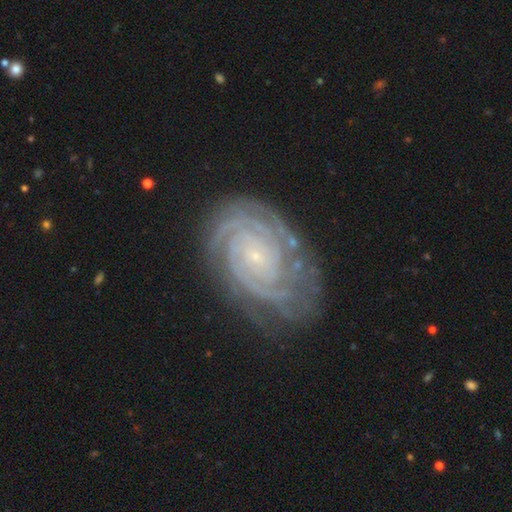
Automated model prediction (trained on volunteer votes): The model was most divided on "spiral arm count": 2: 24%, 3: 21%, 4: 21%, can't tell: 16%, more than 4: 11%, 1: 7%. More confident: spiral arms — yes (98%); edge-on disk — no (97%); smooth or featured — featured or disk (90%); bulge size — small (86%); spiral winding — tight (85%); merging — none (75%); bar — no (73%).